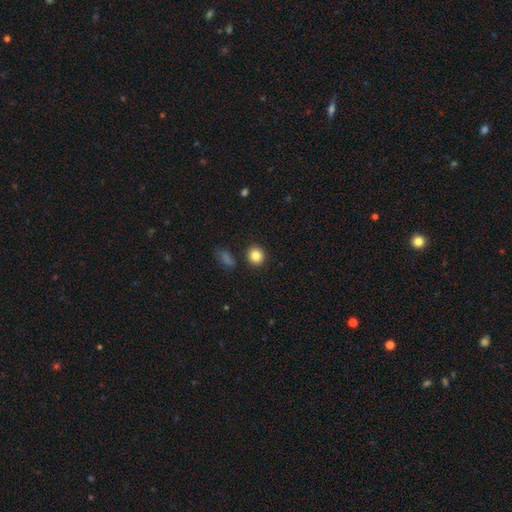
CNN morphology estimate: Overall: smooth (85%). How rounded: round (85%). Merging: none (88%).